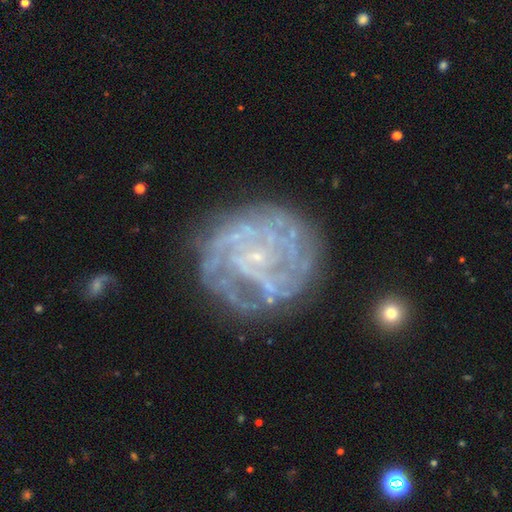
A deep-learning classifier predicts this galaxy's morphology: smooth_or_featured: featured or disk (p=0.80) [alt: smooth p=0.11]
disk_edge_on: no (p=0.98) [alt: yes p=0.02]
bar: no (p=0.60) [alt: weak p=0.31]
has_spiral_arms: yes (p=0.78) [alt: no p=0.22]
spiral_winding: tight (p=0.64) [alt: medium p=0.26]
spiral_arm_count: can't tell (p=0.47) [alt: 3 p=0.13]
bulge_size: small (p=0.73) [alt: none p=0.19]
merging: none (p=0.70) [alt: minor disturbance p=0.17]